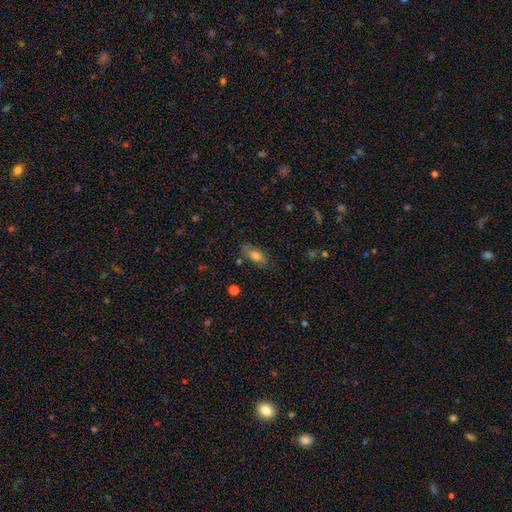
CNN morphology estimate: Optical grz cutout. It shows a smooth galaxy with no disk features (71%) that is in between round and cigar-shaped (82%). Merging: none (78%).